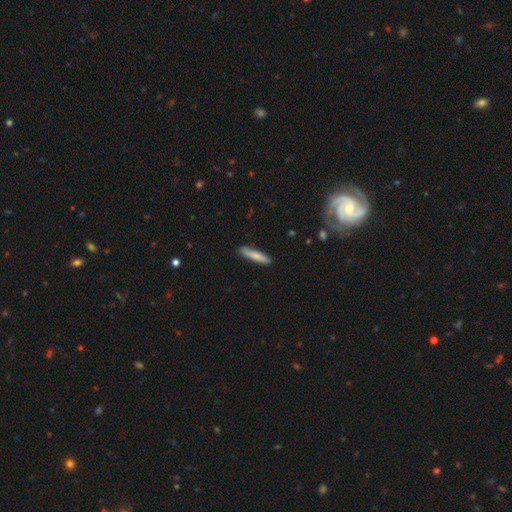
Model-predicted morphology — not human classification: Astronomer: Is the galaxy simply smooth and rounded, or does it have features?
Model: smooth — 76%.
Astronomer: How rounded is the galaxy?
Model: cigar-shaped — 88%.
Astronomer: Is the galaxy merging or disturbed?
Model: none — 88%.